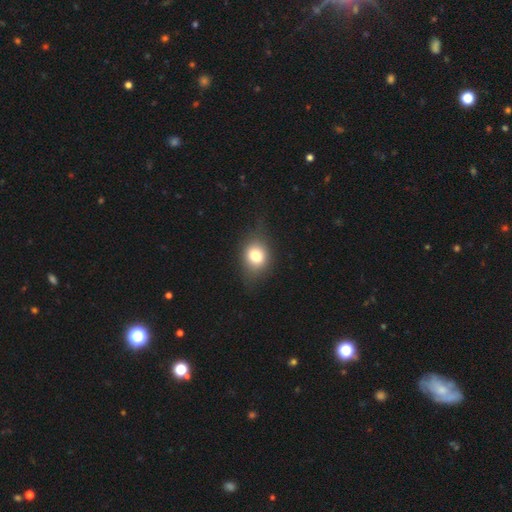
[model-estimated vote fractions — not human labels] Smooth or featured?
  - smooth: 73% *
  - featured or disk: 15%
  - star or artifact: 11%
How rounded?
  - round: 53% *
  - in between: 45%
  - cigar-shaped: 2%
Merging?
  - none: 72% *
  - minor disturbance: 20%
  - major disturbance: 7%
  - merger: 1%